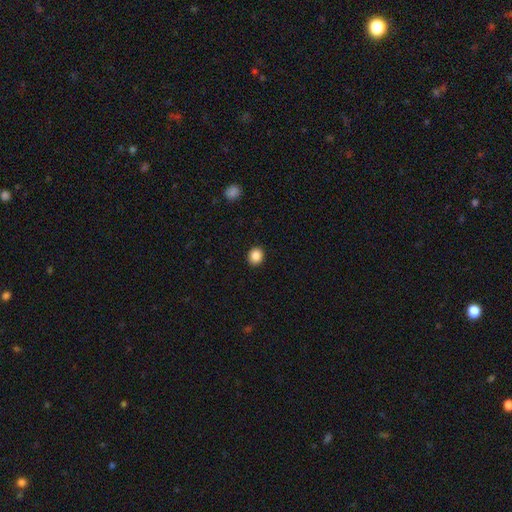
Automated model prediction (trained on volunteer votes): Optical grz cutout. It shows a smooth galaxy with no disk features (87%) that is round (77%). Merging: none (92%).